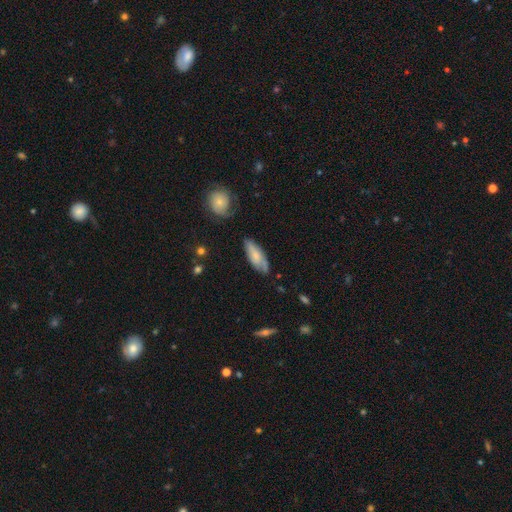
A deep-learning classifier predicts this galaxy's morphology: smooth_or_featured: smooth (p=0.57) [alt: featured or disk p=0.36]
how_rounded: in between (p=0.71) [alt: cigar-shaped p=0.26]
merging: none (p=0.61) [alt: minor disturbance p=0.28]